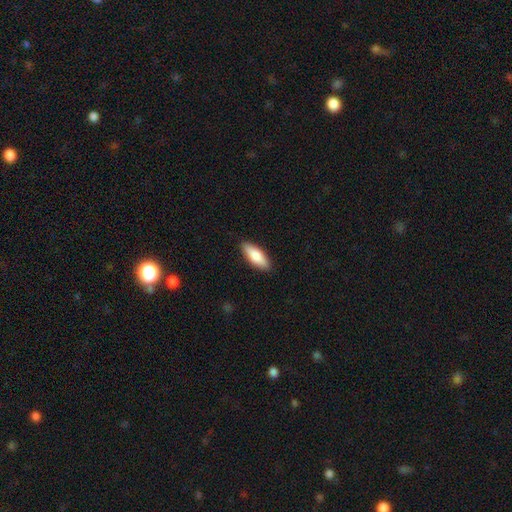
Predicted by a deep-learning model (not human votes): smooth_or_featured: smooth (p=0.82) [alt: featured or disk p=0.13]
how_rounded: in between (p=0.70) [alt: cigar-shaped p=0.28]
merging: none (p=0.89) [alt: minor disturbance p=0.08]